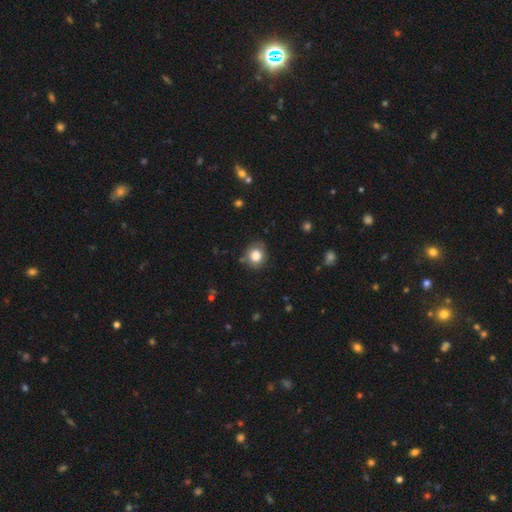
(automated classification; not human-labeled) Smooth or featured?
  - smooth: 82% *
  - star or artifact: 10%
  - featured or disk: 8%
How rounded?
  - round: 78% *
  - in between: 21%
  - cigar-shaped: 1%
Merging?
  - none: 78% *
  - minor disturbance: 15%
  - major disturbance: 4%
  - merger: 3%